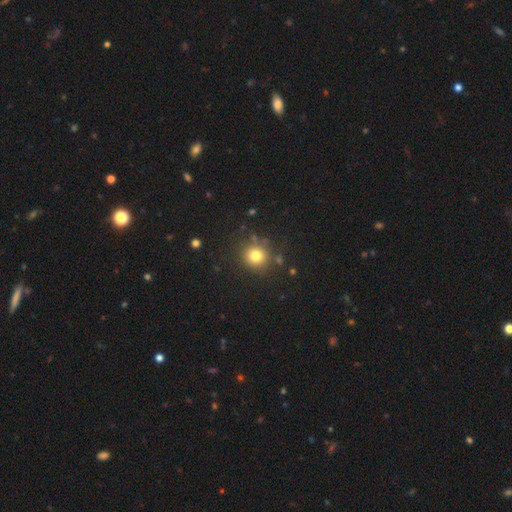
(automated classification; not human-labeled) This is likely a smooth galaxy (78%). How rounded: clearly round (90%). Merging: clearly none (83%).